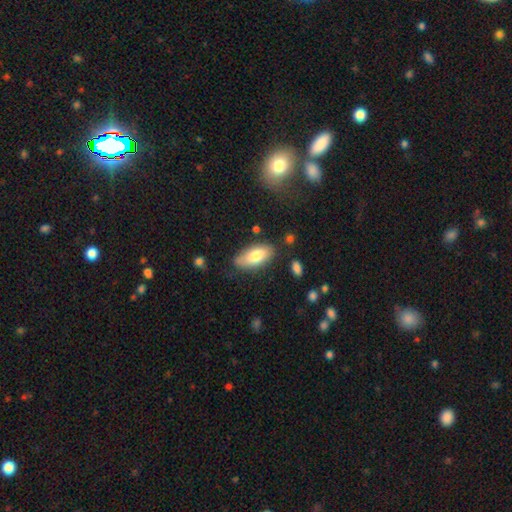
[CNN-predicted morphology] A smooth galaxy with no disk features (77%) that is in between round and cigar-shaped (88%). Merging: none (76%).